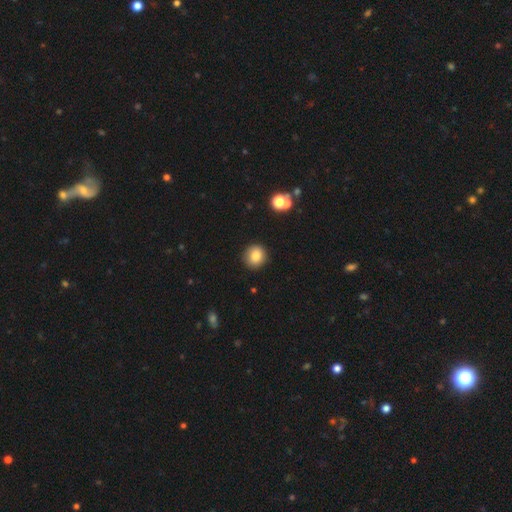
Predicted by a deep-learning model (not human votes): Smooth or featured: smooth — 83% (star or artifact — 10%)
How rounded: round — 90% (in between — 9%)
Merging: none — 89% (minor disturbance — 7%)